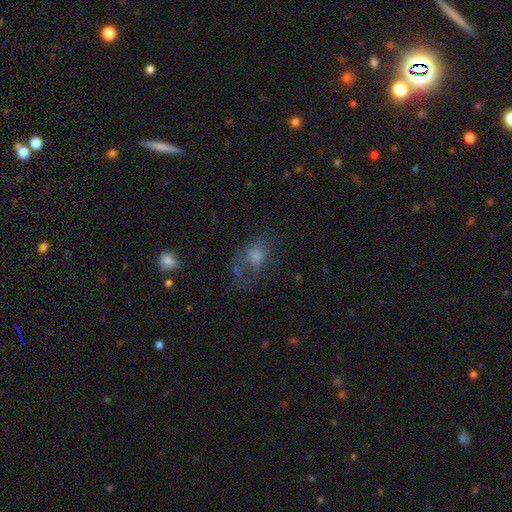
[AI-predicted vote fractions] Smooth or featured? smooth (51%)
How rounded? in between (60%)
Merging? none (43%)